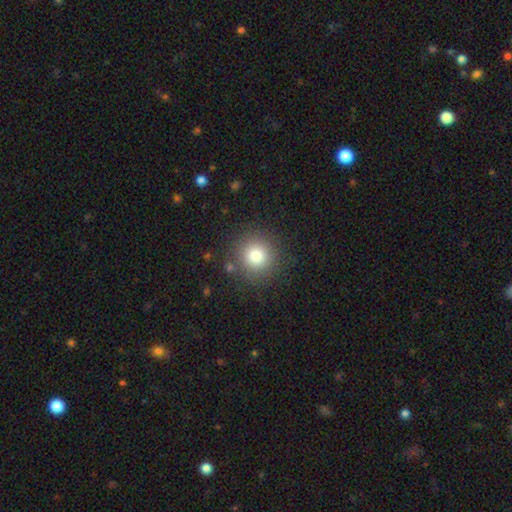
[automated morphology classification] type=smooth (80%); roundness=round (95%); merging=none (87%).